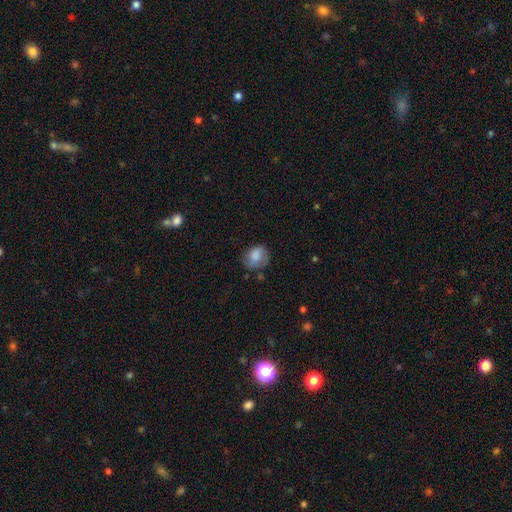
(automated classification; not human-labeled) A smooth galaxy with no disk features (76%) that is round (55%).

Vote fractions:
- Smooth or featured? smooth: 76% / featured or disk: 16% / star or artifact: 8%
- How rounded? round: 55% / in between: 44% / cigar-shaped: 1%
- Merging? none: 64% / minor disturbance: 25% / major disturbance: 8% / merger: 3%